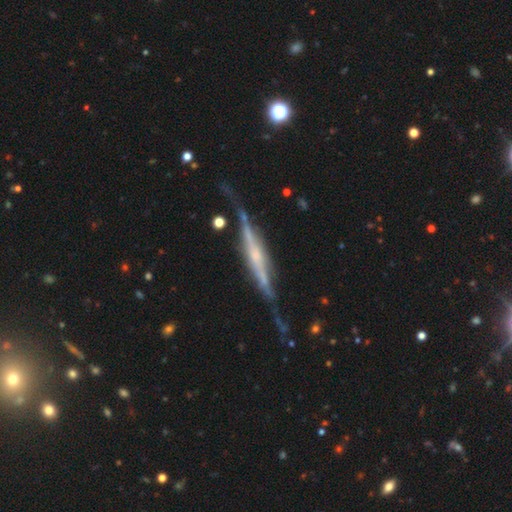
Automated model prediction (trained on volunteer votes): Morphology: type=featured or disk (82%); edge-on=yes (92%); edge-on bulge=rounded (48%); merging=none (63%).